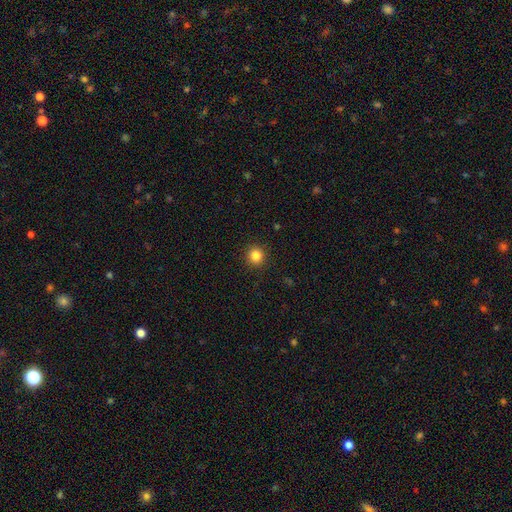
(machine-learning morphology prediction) Smooth or featured? smooth (84%)
How rounded? round (94%)
Merging? none (92%)